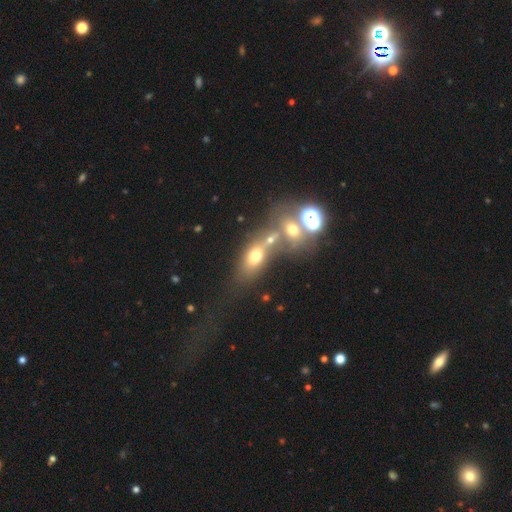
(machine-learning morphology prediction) This appears to be a smooth galaxy with no disk features (59%) that is in between round and cigar-shaped (64%). Merging: merger (46%).